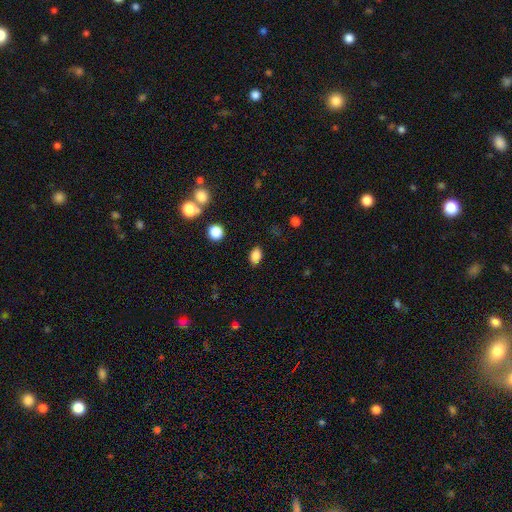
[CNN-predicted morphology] A smooth galaxy with no disk features (84%) that is in between round and cigar-shaped (83%). Merging: none (86%).